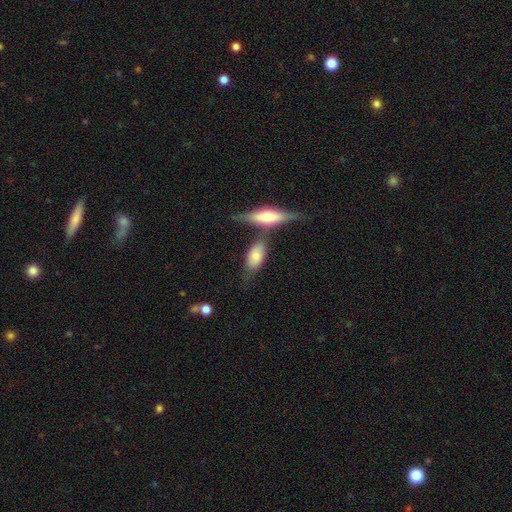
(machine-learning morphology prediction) A smooth galaxy with no disk features (67%) that is in between round and cigar-shaped (78%). Merging: none (53%).